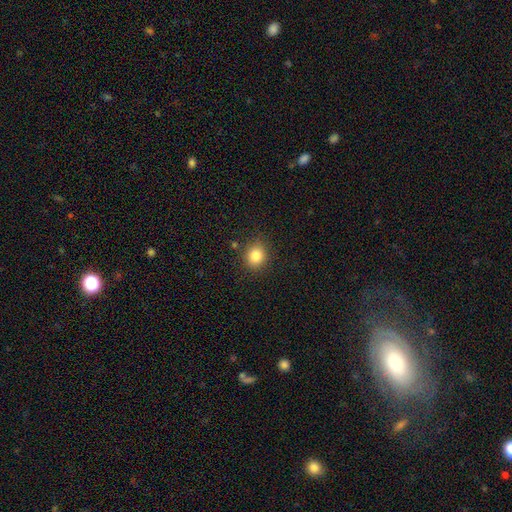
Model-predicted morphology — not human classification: type=smooth (83%); roundness=round (77%); merging=none (86%).